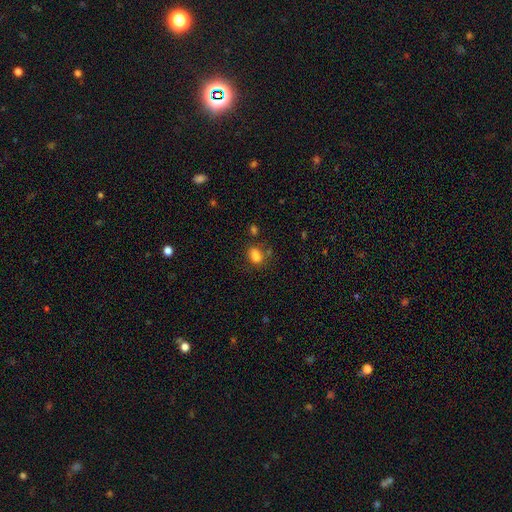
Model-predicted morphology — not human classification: Smooth or featured? Predicted: smooth (p=0.80). How rounded? Predicted: in between (p=0.74). Merging? Predicted: none (p=0.57).